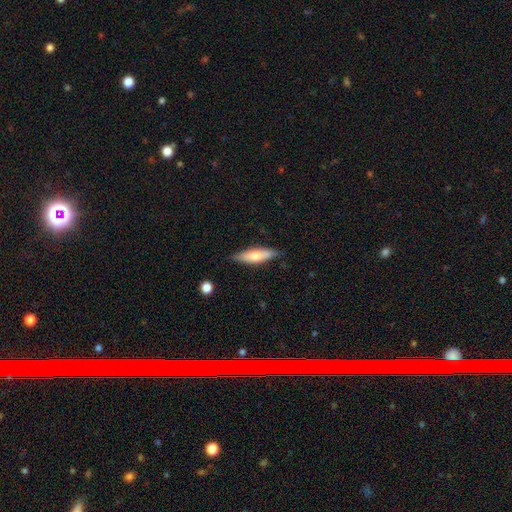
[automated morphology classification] Smooth or featured? smooth (63%)
How rounded? cigar-shaped (60%)
Merging? none (81%)